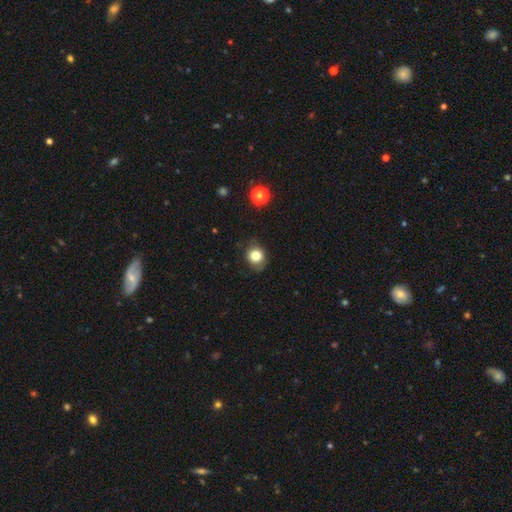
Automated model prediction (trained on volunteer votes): smooth_or_featured: smooth (p=0.80) [alt: star or artifact p=0.11]
how_rounded: round (p=0.74) [alt: in between p=0.25]
merging: none (p=0.79) [alt: minor disturbance p=0.16]